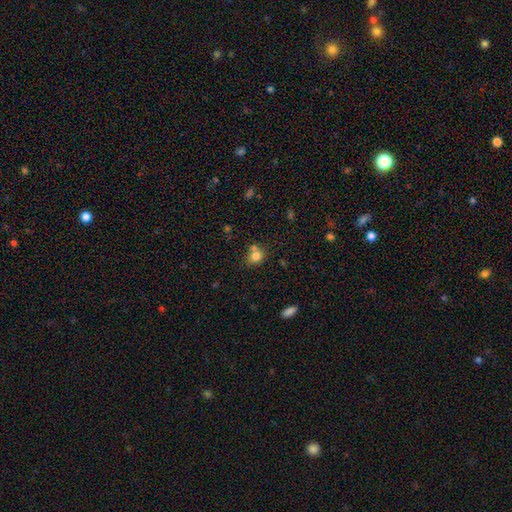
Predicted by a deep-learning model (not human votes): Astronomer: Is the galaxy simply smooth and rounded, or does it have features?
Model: smooth — 79%.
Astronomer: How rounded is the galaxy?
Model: round — 67%.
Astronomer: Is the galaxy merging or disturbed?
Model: none — 53% (runner-up: merger, 29%).